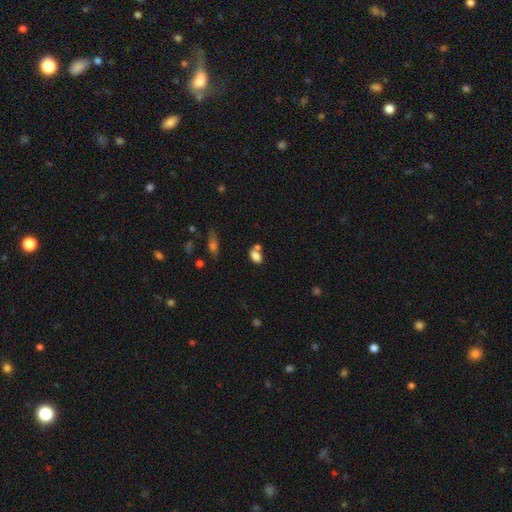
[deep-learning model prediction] smooth 82%, star or artifact 11%, featured or disk 8%. Down the decision tree: how rounded — in between (84%); merging — none (50%).